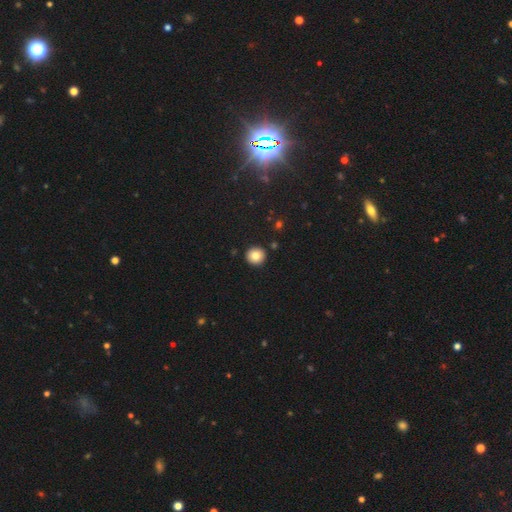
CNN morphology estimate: This appears to be a smooth galaxy with no disk features (83%) that is round (93%). Merging: none (92%).